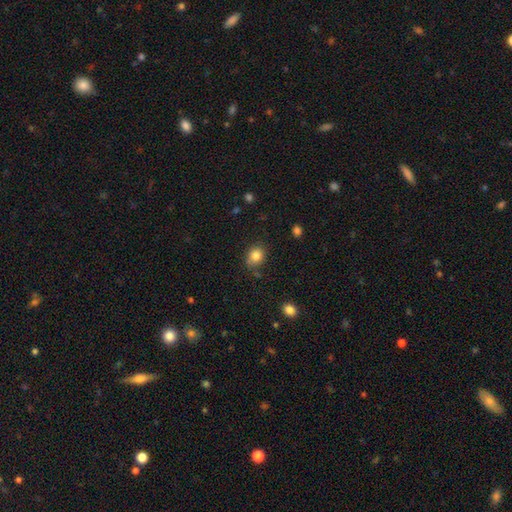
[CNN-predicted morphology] Smooth or featured: smooth — 84% (star or artifact — 10%)
How rounded: round — 59% (in between — 40%)
Merging: none — 74% (minor disturbance — 19%)